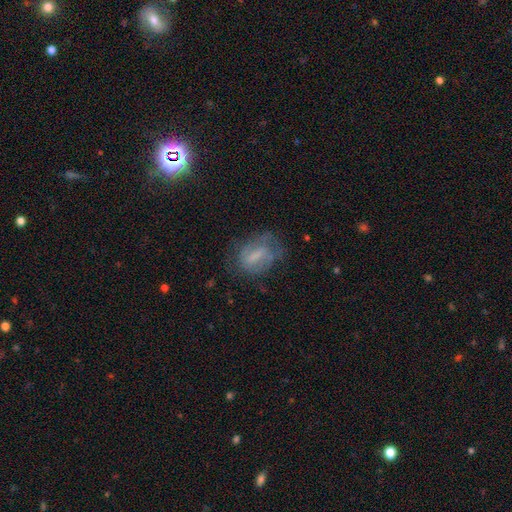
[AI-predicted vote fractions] Smooth or featured?
  - smooth: 47% *
  - featured or disk: 41%
  - star or artifact: 12%
Merging?
  - none: 54% *
  - minor disturbance: 26%
  - major disturbance: 18%
  - merger: 2%